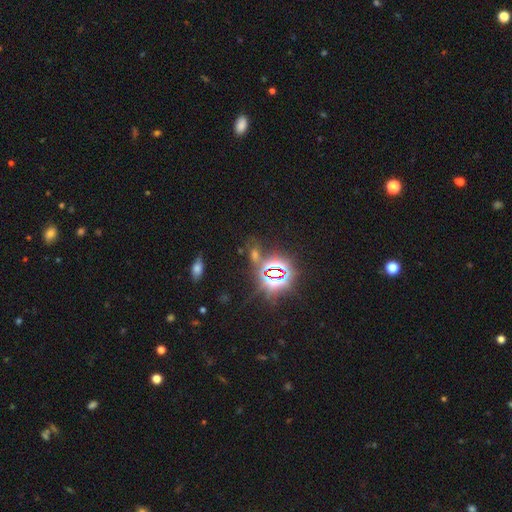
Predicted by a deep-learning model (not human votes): The model was most divided on "smooth or featured": star or artifact: 77%, smooth: 14%, featured or disk: 9%.